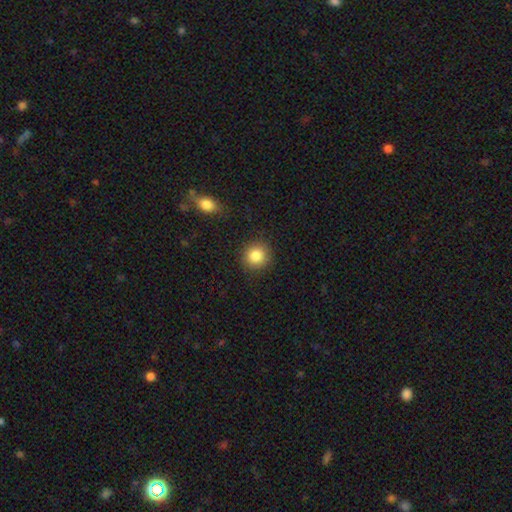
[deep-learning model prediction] The model was most divided on "smooth or featured": smooth: 85%, star or artifact: 10%, featured or disk: 5%. More confident: how rounded — round (90%); merging — none (88%).